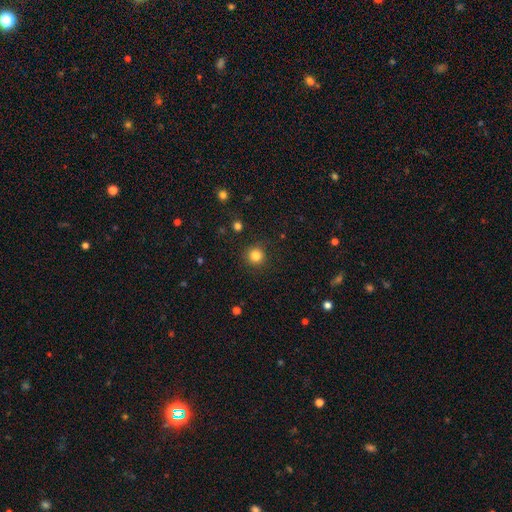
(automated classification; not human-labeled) Smooth or featured? smooth (84%)
How rounded? round (94%)
Merging? none (90%)